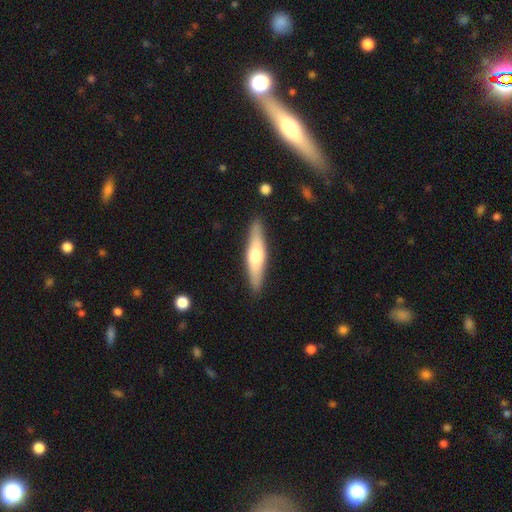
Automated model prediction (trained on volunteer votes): Smooth or featured? smooth (48%)
Merging? none (88%)